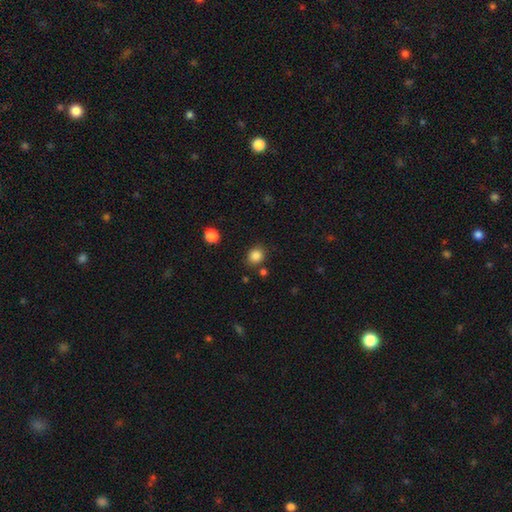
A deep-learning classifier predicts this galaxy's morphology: Smooth or featured?
  - smooth: 85% *
  - star or artifact: 10%
  - featured or disk: 5%
How rounded?
  - round: 69% *
  - in between: 30%
  - cigar-shaped: 1%
Merging?
  - none: 83% *
  - minor disturbance: 10%
  - merger: 4%
  - major disturbance: 3%